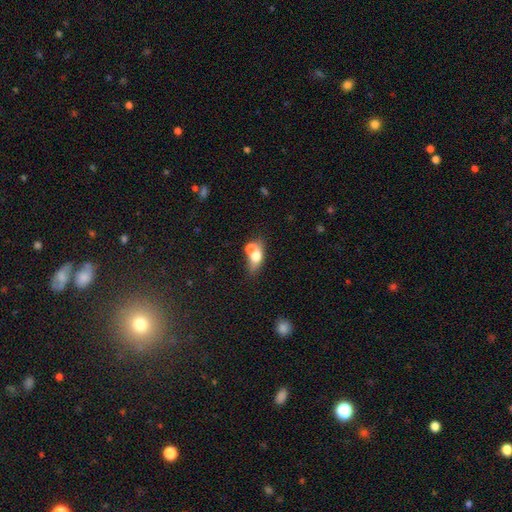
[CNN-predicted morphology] Smooth or featured? Predicted: smooth (p=0.64). How rounded? Predicted: in between (p=0.66). Merging? Predicted: merger (p=0.51).